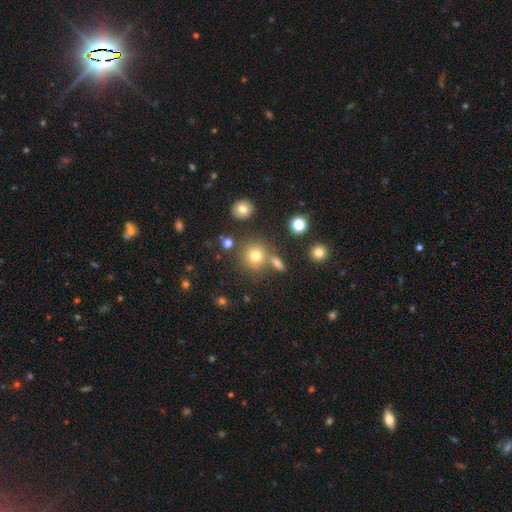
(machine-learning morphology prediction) This is likely a smooth galaxy (74%). How rounded: clearly round (89%). Merging: likely none (71%).